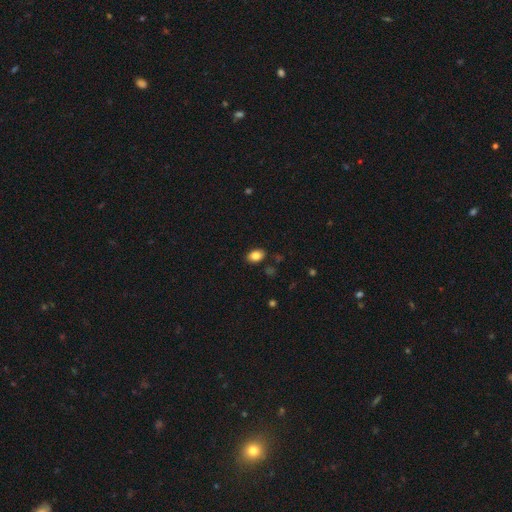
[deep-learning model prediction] smooth_or_featured: smooth (p=0.84) [alt: star or artifact p=0.09]
how_rounded: in between (p=0.83) [alt: round p=0.16]
merging: none (p=0.86) [alt: minor disturbance p=0.10]